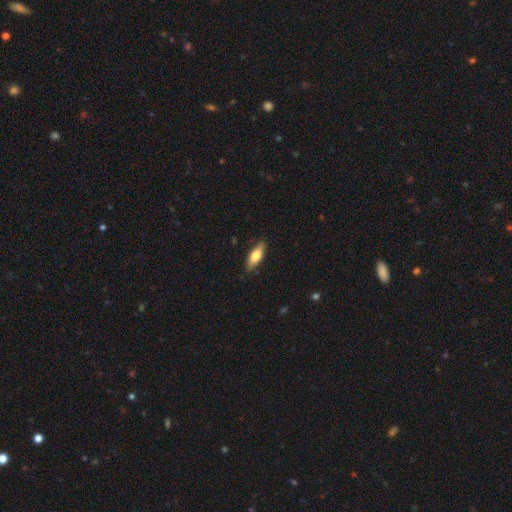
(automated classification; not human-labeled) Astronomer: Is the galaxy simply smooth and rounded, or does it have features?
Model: smooth — 70%.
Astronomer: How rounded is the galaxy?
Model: in between — 65%.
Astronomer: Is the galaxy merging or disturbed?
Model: none — 85%.